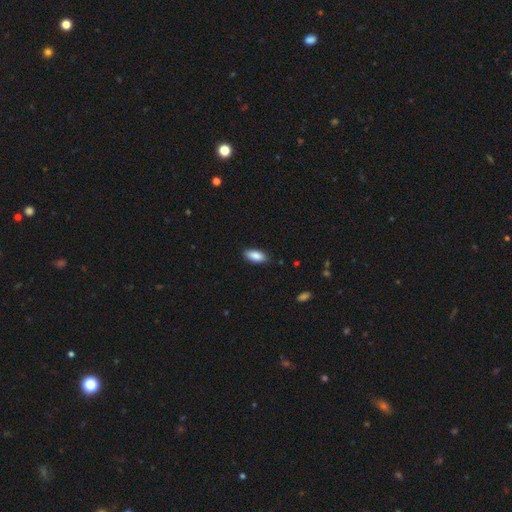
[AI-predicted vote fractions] A smooth galaxy with no disk features (88%) that is in between round and cigar-shaped (88%).

Vote fractions:
- Smooth or featured? smooth: 88% / star or artifact: 6% / featured or disk: 6%
- How rounded? in between: 88% / cigar-shaped: 10% / round: 2%
- Merging? none: 86% / minor disturbance: 11% / major disturbance: 2% / merger: 1%